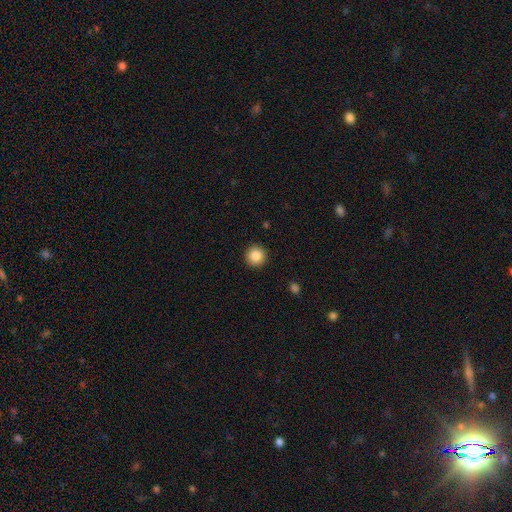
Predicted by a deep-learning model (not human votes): Smooth or featured?
  - smooth: 86% *
  - star or artifact: 9%
  - featured or disk: 4%
How rounded?
  - round: 95% *
  - in between: 4%
  - cigar-shaped: 1%
Merging?
  - none: 92% *
  - minor disturbance: 5%
  - major disturbance: 2%
  - merger: 1%